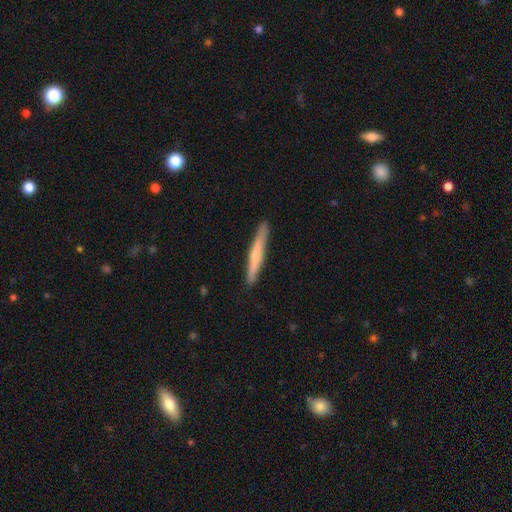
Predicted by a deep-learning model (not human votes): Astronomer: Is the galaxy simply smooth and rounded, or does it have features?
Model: smooth — 55% (runner-up: featured or disk, 40%).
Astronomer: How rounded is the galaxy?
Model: cigar-shaped — 96%.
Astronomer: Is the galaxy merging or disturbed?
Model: none — 90%.